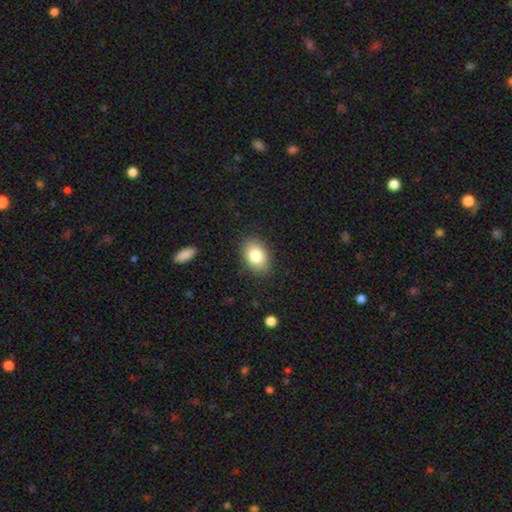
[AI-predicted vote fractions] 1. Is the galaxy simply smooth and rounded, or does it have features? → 82% smooth, 10% featured or disk, 8% star or artifact.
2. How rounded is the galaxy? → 82% in between, 17% round, 1% cigar-shaped.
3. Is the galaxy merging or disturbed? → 86% none, 10% minor disturbance, 3% major disturbance, 1% merger.